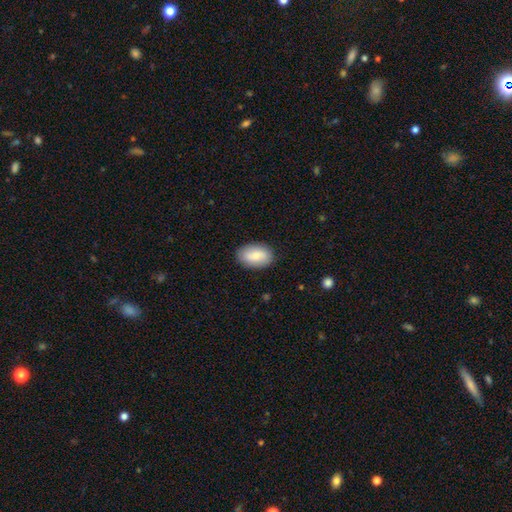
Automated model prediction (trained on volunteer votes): Q: Smooth or featured?
A: smooth (81%); runner-up: featured or disk (13%)
Q: How rounded?
A: in between (92%); runner-up: round (6%)
Q: Merging?
A: none (87%); runner-up: minor disturbance (10%)